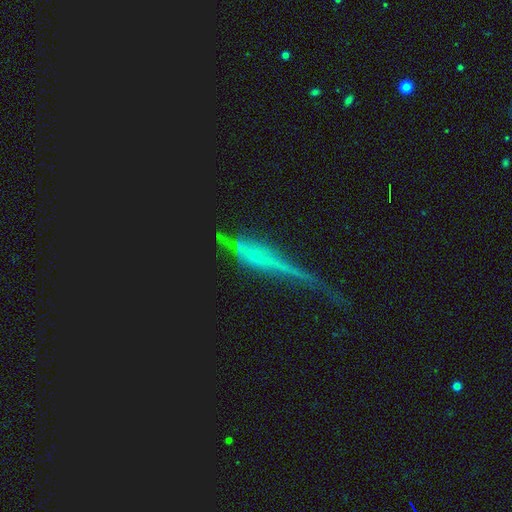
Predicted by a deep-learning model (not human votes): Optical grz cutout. It shows a featured or disk galaxy (41%). Merging: none (37%).